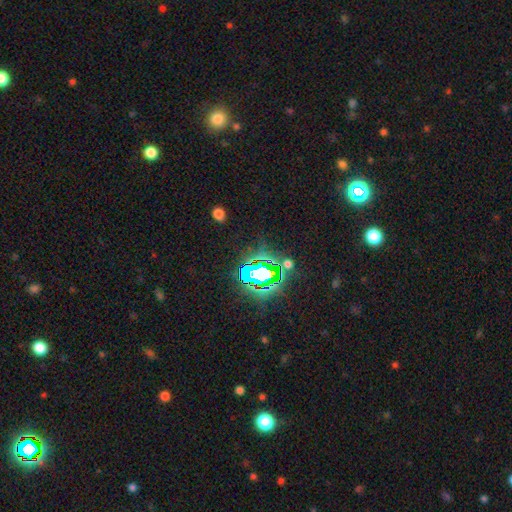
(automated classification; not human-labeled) Overall: star or artifact (79%).